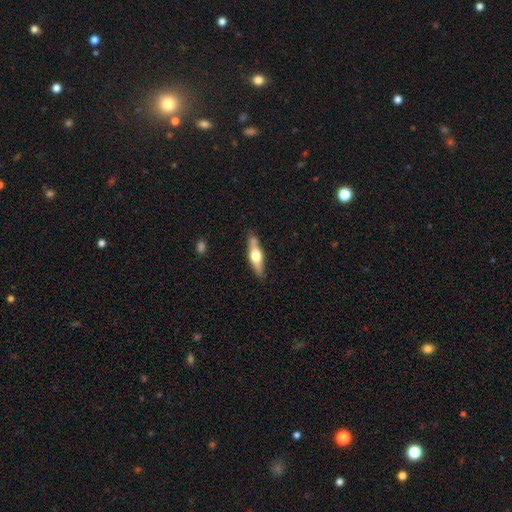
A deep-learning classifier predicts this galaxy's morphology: This appears to be a featured or disk galaxy (52%) viewed edge-on (91%). Merging: none (77%).